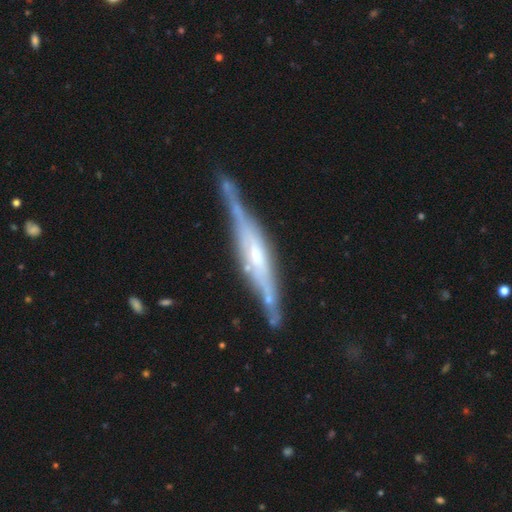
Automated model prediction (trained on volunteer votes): smooth-or-featured: featured or disk: 84% | smooth: 11% | star or artifact: 5%
  disk-edge-on: yes: 94% | no: 6%
    edge-on-bulge: rounded: 45% | boxy: 40% | none: 16%
  merging: none: 73% | minor disturbance: 18% | major disturbance: 6% | merger: 4%